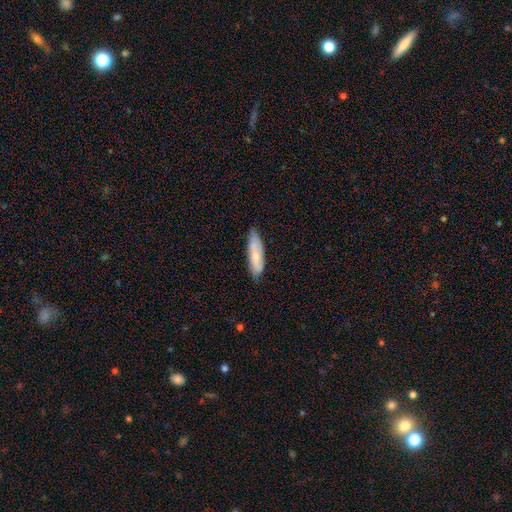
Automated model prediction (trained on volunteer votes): Smooth or featured?
  - smooth: 62% *
  - featured or disk: 32%
  - star or artifact: 6%
How rounded?
  - cigar-shaped: 60% *
  - in between: 39%
  - round: 2%
Merging?
  - none: 74% *
  - minor disturbance: 21%
  - major disturbance: 3%
  - merger: 2%